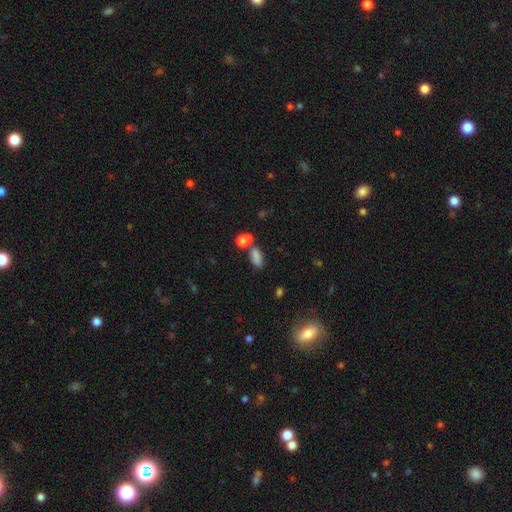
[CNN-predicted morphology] Smooth or featured? Predicted: smooth (p=0.76). How rounded? Predicted: in between (p=0.80). Merging? Predicted: none (p=0.52).